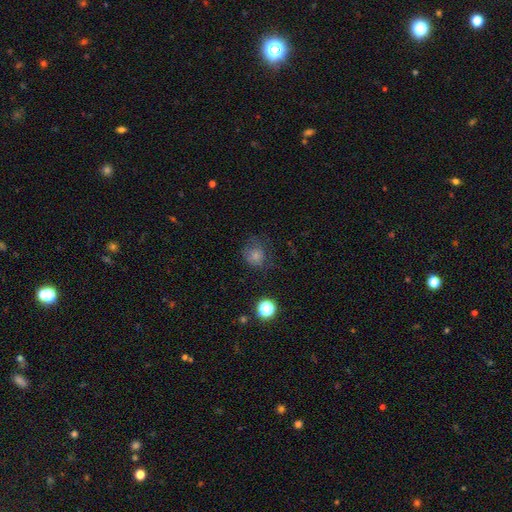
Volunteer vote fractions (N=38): Smooth or featured? 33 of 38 (87%) said smooth. How rounded? 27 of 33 (82%) said round. Merging? 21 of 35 (60%) said none.